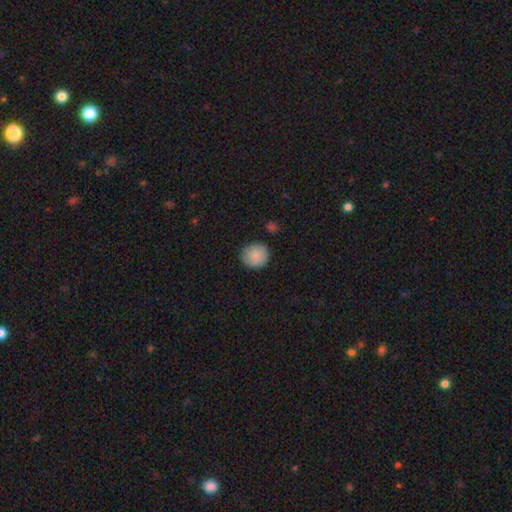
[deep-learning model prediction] A smooth galaxy with no disk features (87%) that is round (90%). Merging: none (83%).